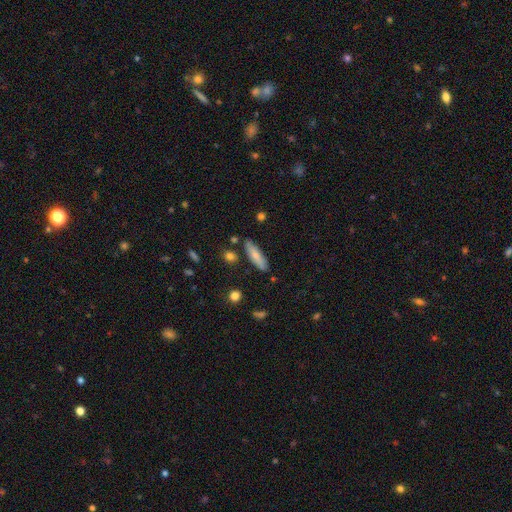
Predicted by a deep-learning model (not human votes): A smooth galaxy with no disk features (73%) that is cigar-shaped (62%).

Vote fractions:
- Smooth or featured? smooth: 73% / featured or disk: 21% / star or artifact: 6%
- How rounded? cigar-shaped: 62% / in between: 36% / round: 2%
- Merging? none: 81% / minor disturbance: 13% / merger: 3% / major disturbance: 2%